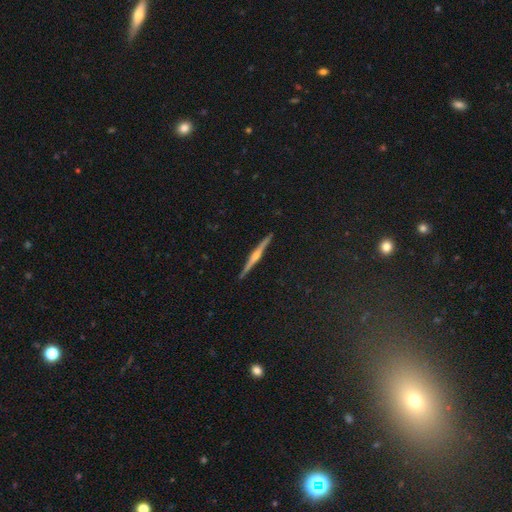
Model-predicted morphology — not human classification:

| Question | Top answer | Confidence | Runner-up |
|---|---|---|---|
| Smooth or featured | featured or disk | 78% | smooth (14%) |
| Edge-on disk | yes | 98% | no (2%) |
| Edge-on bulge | rounded | 84% | none (9%) |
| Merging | none | 91% | minor disturbance (7%) |